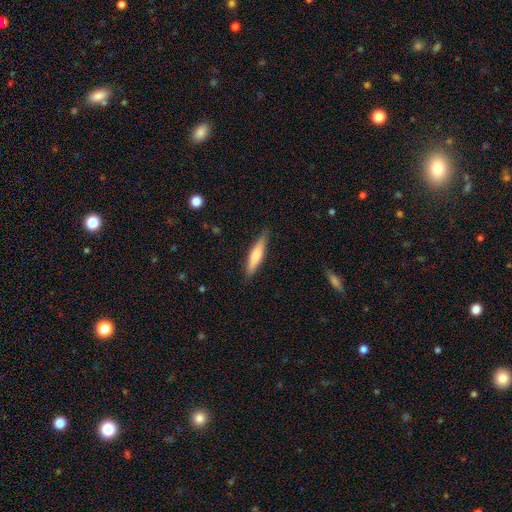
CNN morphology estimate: This is likely a smooth galaxy (70%). How rounded: clearly cigar-shaped (81%). Merging: clearly none (86%).